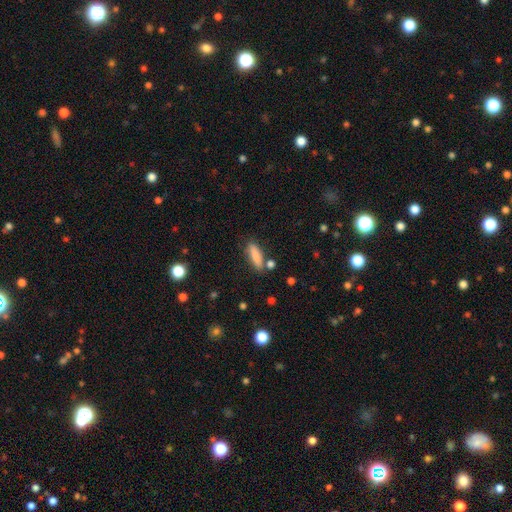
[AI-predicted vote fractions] Smooth or featured? smooth (85%)
How rounded? cigar-shaped (55%)
Merging? none (76%)